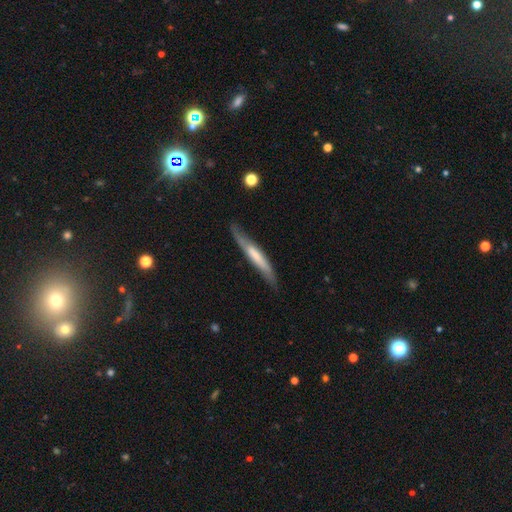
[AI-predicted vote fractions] This appears to be a smooth galaxy with no disk features (49%). Merging: none (73%).